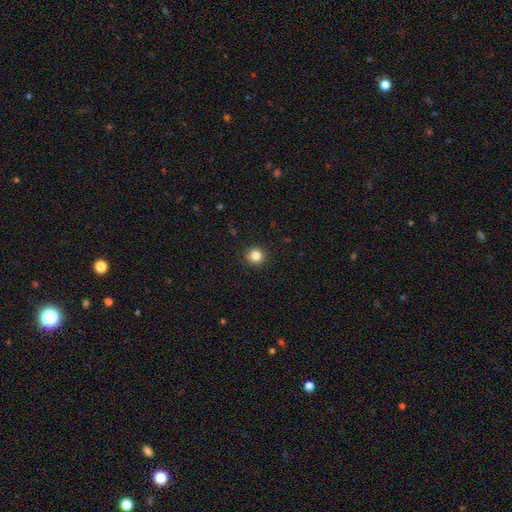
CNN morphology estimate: Smooth or featured: smooth — 84% (star or artifact — 11%)
How rounded: round — 92% (in between — 7%)
Merging: none — 92% (minor disturbance — 6%)